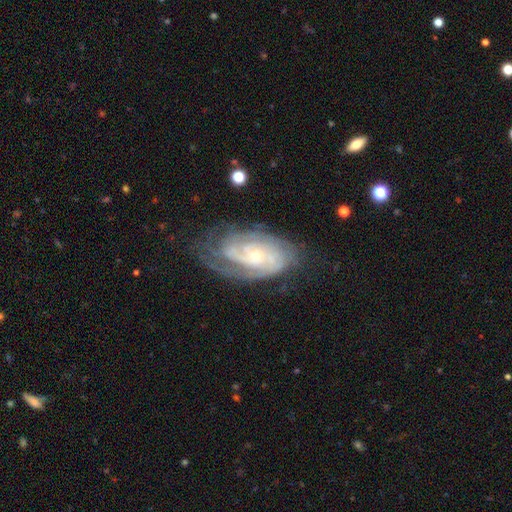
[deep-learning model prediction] Overall: featured or disk (85%). Edge-on disk: no (95%). Bar: no (72%). Spiral arms: yes (95%). Spiral arm count: can't tell (35%; 2 25%). Spiral winding: tight (68%). Bulge size: small (71%). Merging: none (64%).